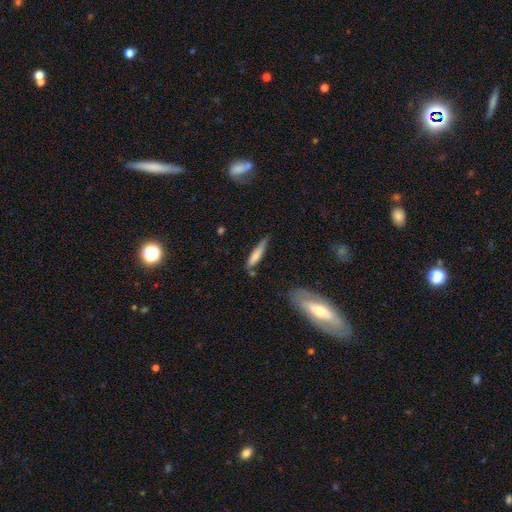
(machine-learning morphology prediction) This is likely a smooth galaxy (71%). How rounded: clearly cigar-shaped (82%). Merging: possibly none (55%).